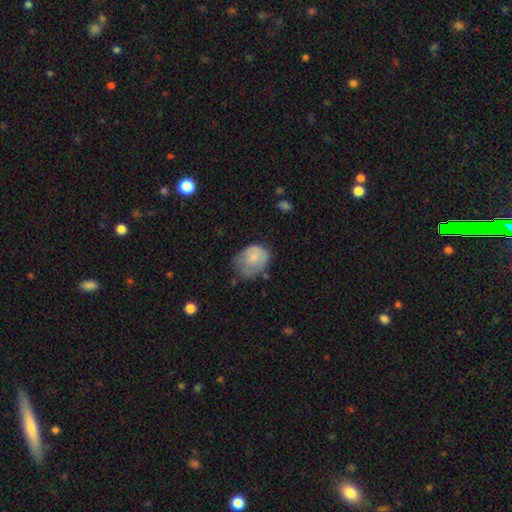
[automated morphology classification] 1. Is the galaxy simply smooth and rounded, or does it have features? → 67% smooth, 25% featured or disk, 8% star or artifact.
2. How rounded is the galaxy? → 56% in between, 43% round, 1% cigar-shaped.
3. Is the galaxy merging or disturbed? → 43% none, 39% minor disturbance, 16% major disturbance, 2% merger.